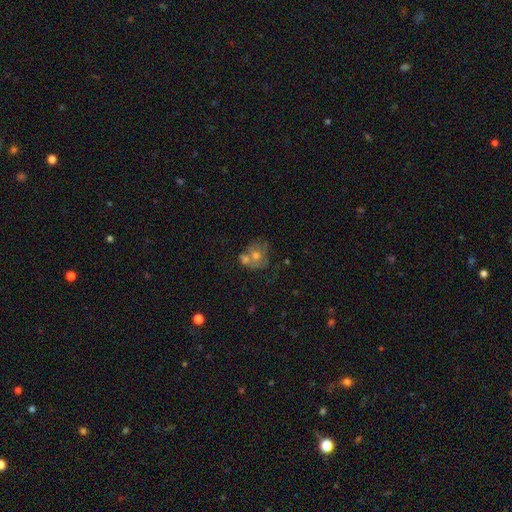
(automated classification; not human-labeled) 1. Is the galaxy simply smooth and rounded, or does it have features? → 46% smooth, 42% featured or disk, 12% star or artifact.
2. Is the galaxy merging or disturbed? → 39% merger, 35% none, 16% minor disturbance, 10% major disturbance.